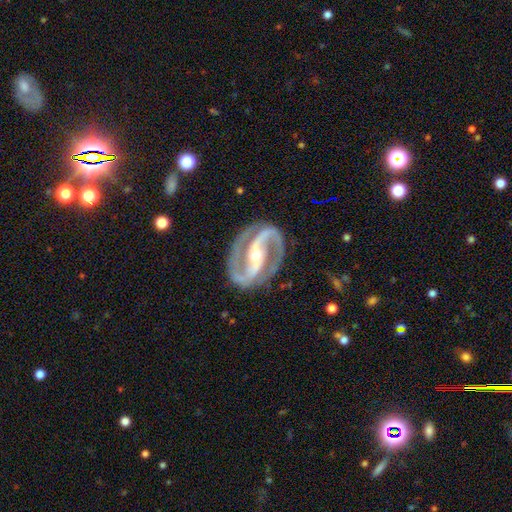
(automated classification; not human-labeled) Smooth or featured? featured or disk (94%)
Edge-on disk? no (97%)
Bar? strong (69%)
Spiral arms? yes (98%)
Spiral winding? medium (55%)
Spiral arm count? 2 (94%)
Bulge size? small (49%)
Merging? none (86%)